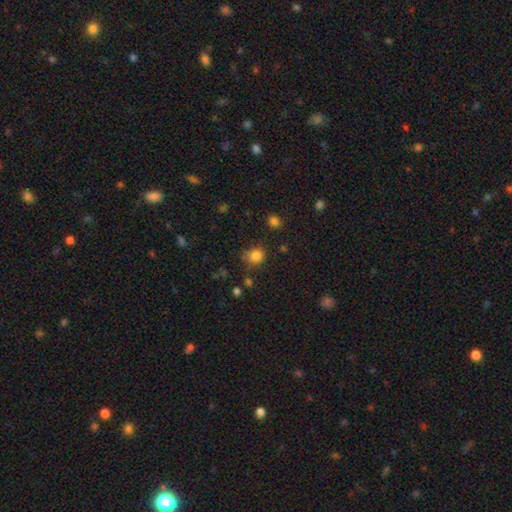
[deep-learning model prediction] Q: Smooth or featured?
A: smooth (83%); runner-up: star or artifact (13%)
Q: How rounded?
A: round (78%); runner-up: in between (21%)
Q: Merging?
A: none (71%); runner-up: minor disturbance (19%)